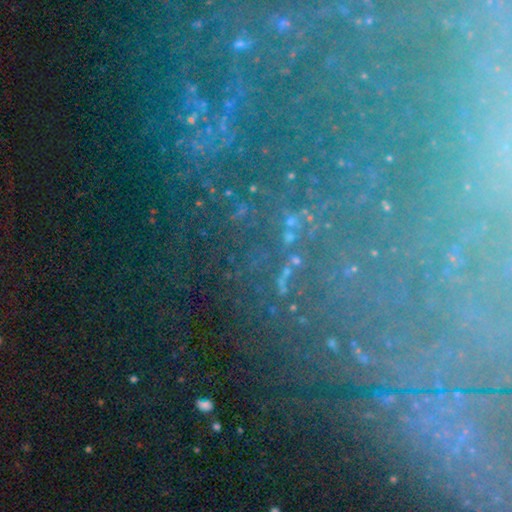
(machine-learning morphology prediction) A star or artifact, not a galaxy (73%).